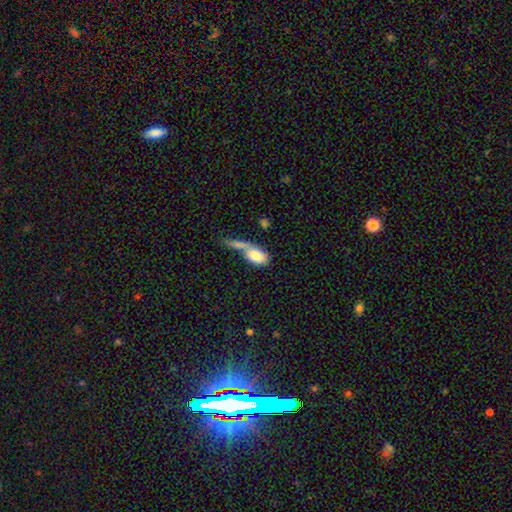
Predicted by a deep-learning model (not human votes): Smooth or featured?
  - smooth: 78% *
  - featured or disk: 15%
  - star or artifact: 7%
How rounded?
  - in between: 87% *
  - round: 8%
  - cigar-shaped: 5%
Merging?
  - merger: 51% *
  - none: 26%
  - minor disturbance: 12%
  - major disturbance: 12%